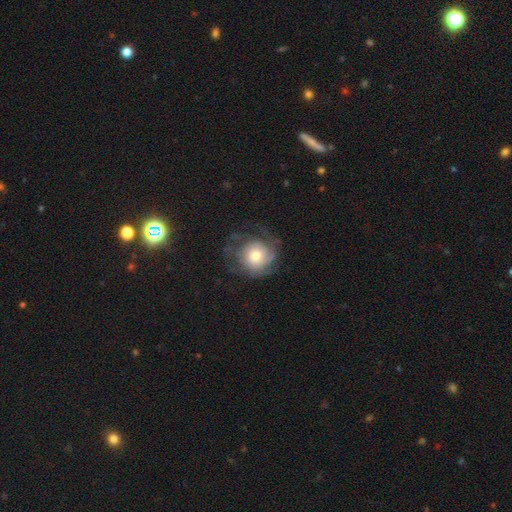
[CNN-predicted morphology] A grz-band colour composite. It shows a featured or disk galaxy (53%) with no bar (81%), spiral arms (77%) and a moderate central bulge (55%). Merging: none (57%).